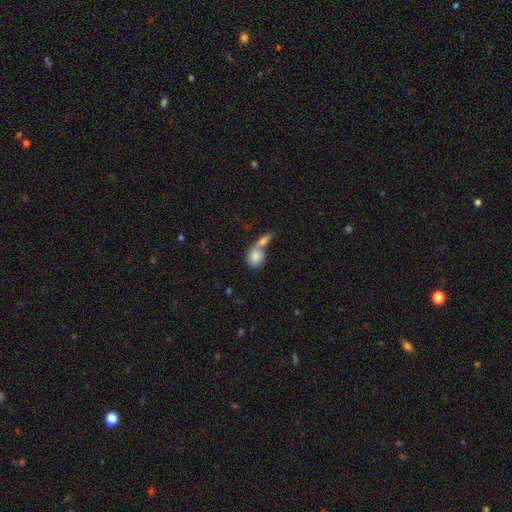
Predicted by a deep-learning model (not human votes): A smooth galaxy with no disk features (82%) that is in between round and cigar-shaped (50%). Merging: merger (63%).